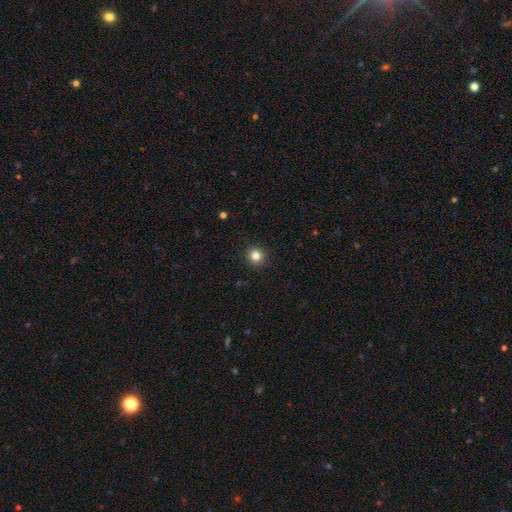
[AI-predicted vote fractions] The model was most divided on "smooth or featured": smooth: 83%, star or artifact: 12%, featured or disk: 5%. More confident: how rounded — round (93%); merging — none (92%).